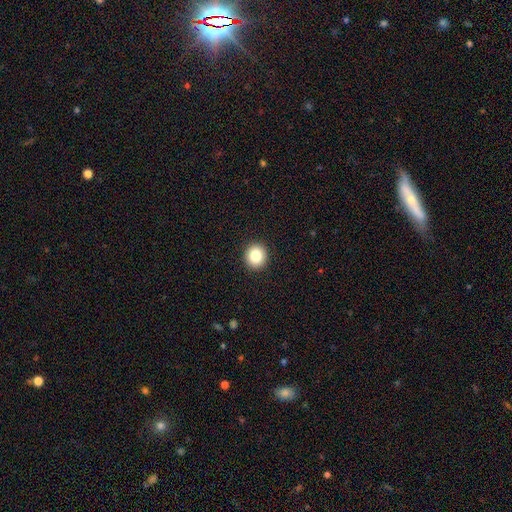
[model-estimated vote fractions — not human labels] A smooth galaxy with no disk features (83%) that is round (88%). Merging: none (93%).